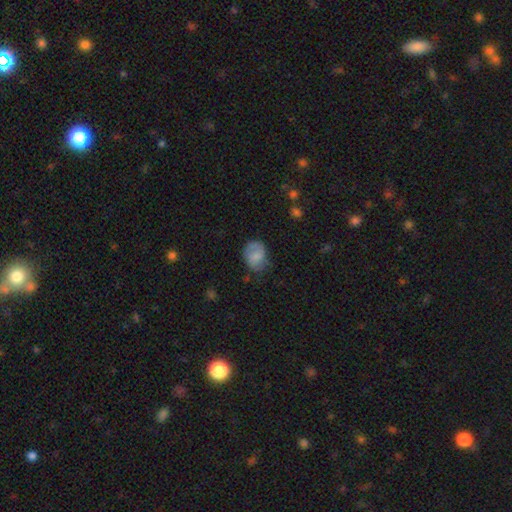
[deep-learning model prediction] A smooth galaxy with no disk features (67%) that is in between round and cigar-shaped (57%). Merging: none (60%).